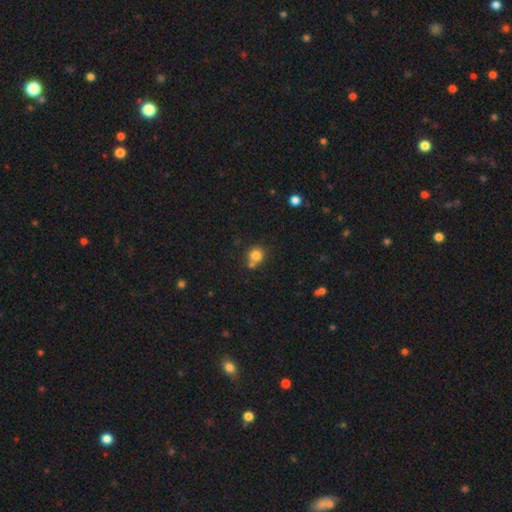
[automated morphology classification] A smooth galaxy with no disk features (80%) that is round (89%). Merging: none (64%).